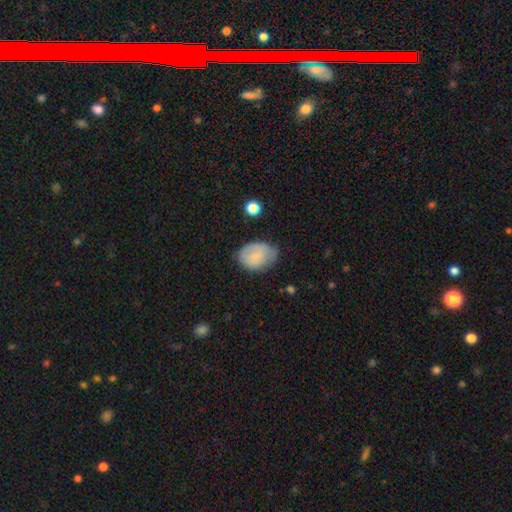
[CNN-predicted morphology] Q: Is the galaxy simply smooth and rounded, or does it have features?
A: smooth — 72%.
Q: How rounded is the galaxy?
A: in between — 74%.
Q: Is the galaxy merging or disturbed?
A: none — 58%.